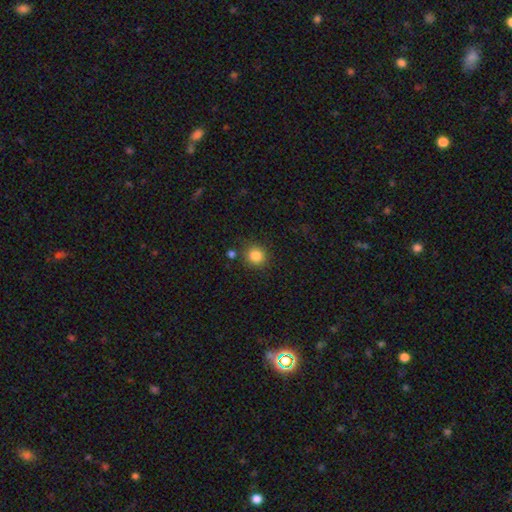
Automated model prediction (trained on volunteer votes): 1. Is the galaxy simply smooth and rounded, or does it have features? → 85% smooth, 11% star or artifact, 4% featured or disk.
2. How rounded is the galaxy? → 91% round, 8% in between, 1% cigar-shaped.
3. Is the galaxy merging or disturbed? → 84% none, 9% minor disturbance, 4% merger, 3% major disturbance.